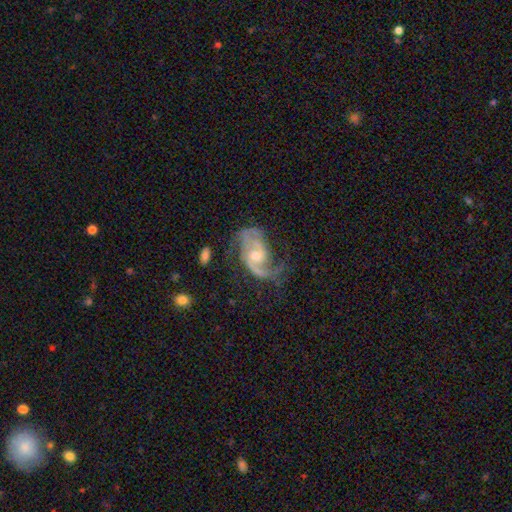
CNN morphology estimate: This appears to be a featured or disk galaxy (88%) with no bar (58%), 2 (76%) medium (48%) spiral arms (96%) and a moderate central bulge (56%). Merging: none (53%).